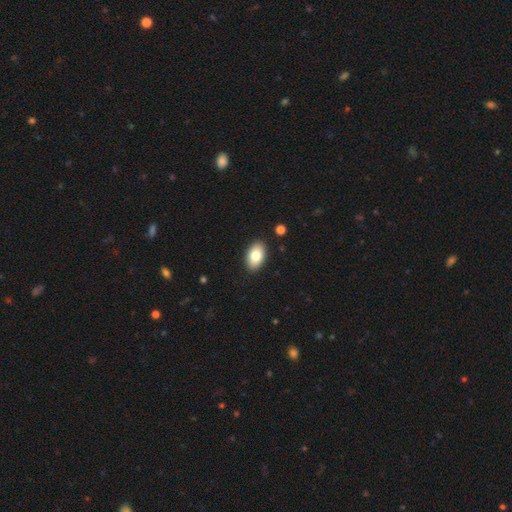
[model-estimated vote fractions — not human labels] This is clearly a smooth galaxy (81%). How rounded: clearly in between (93%). Merging: clearly none (90%).